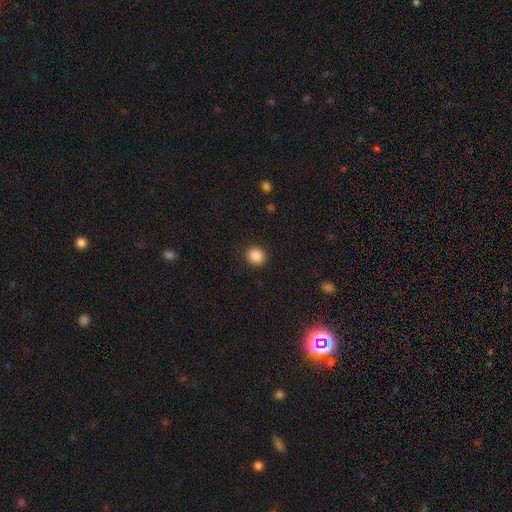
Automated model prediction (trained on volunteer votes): smooth-or-featured: smooth: 88% | star or artifact: 9% | featured or disk: 3%
  how-rounded: round: 90% | in between: 9% | cigar-shaped: 1%
  merging: none: 91% | minor disturbance: 6% | major disturbance: 2% | merger: 1%